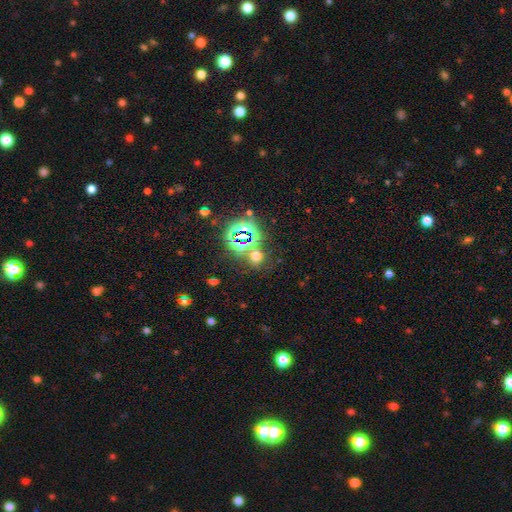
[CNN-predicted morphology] Smooth or featured: star or artifact — 50% (smooth — 43%)